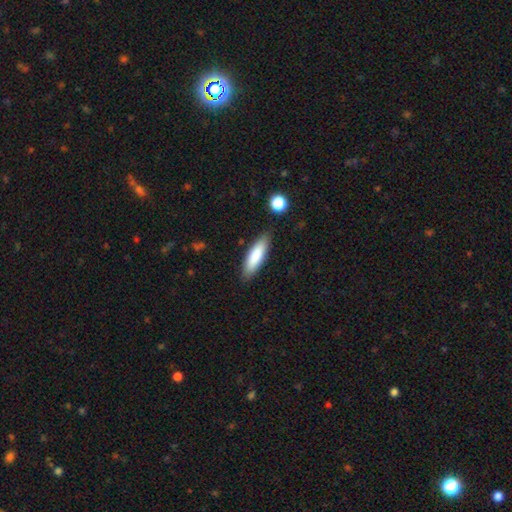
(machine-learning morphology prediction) Q: Smooth or featured?
A: smooth (82%); runner-up: featured or disk (12%)
Q: How rounded?
A: cigar-shaped (58%); runner-up: in between (41%)
Q: Merging?
A: none (86%); runner-up: minor disturbance (10%)